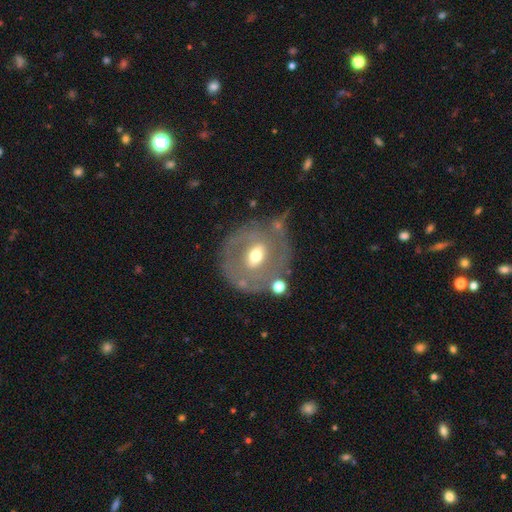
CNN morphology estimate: type=featured or disk (67%); edge-on=no (95%); bar=no (47%); spiral arms=no (51%); bulge=moderate (71%); merging=none (64%).